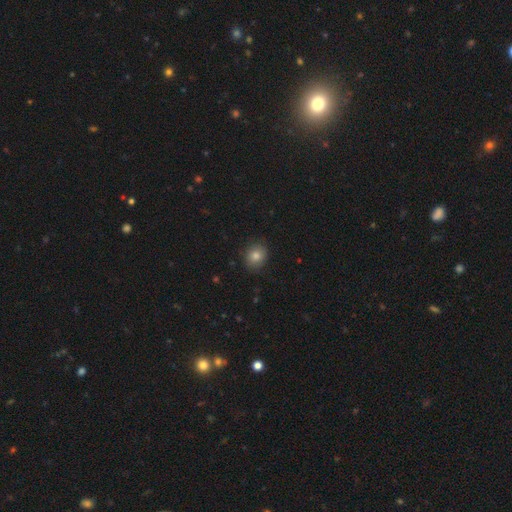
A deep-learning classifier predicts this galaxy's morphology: A smooth galaxy with no disk features (81%) that is round (65%). Merging: none (85%).